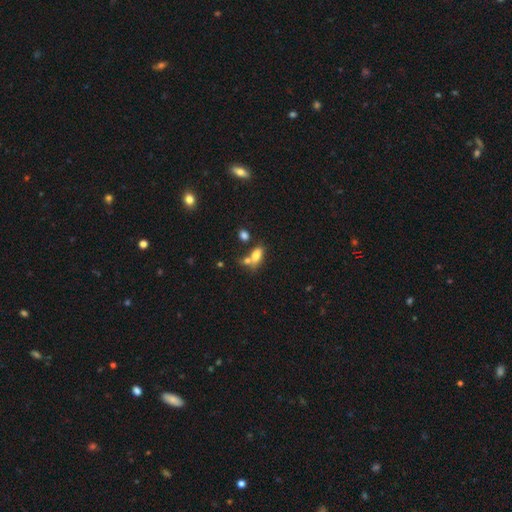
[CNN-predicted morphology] smooth_or_featured: smooth (p=0.76) [alt: featured or disk p=0.14]
how_rounded: in between (p=0.81) [alt: cigar-shaped p=0.13]
merging: none (p=0.42) [alt: merger p=0.37]